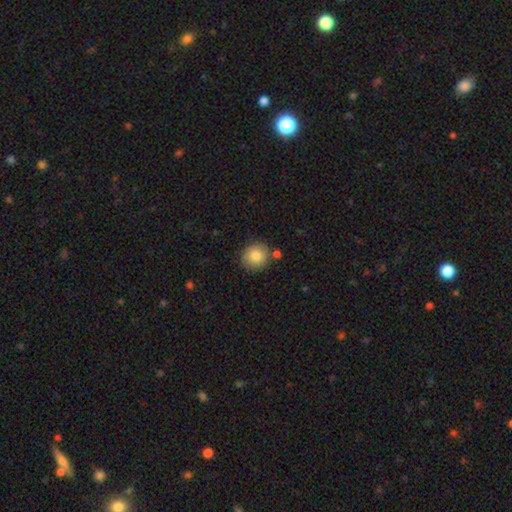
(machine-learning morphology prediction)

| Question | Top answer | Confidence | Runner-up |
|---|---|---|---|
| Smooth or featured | smooth | 83% | featured or disk (8%) |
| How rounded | round | 88% | in between (12%) |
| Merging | none | 81% | minor disturbance (10%) |